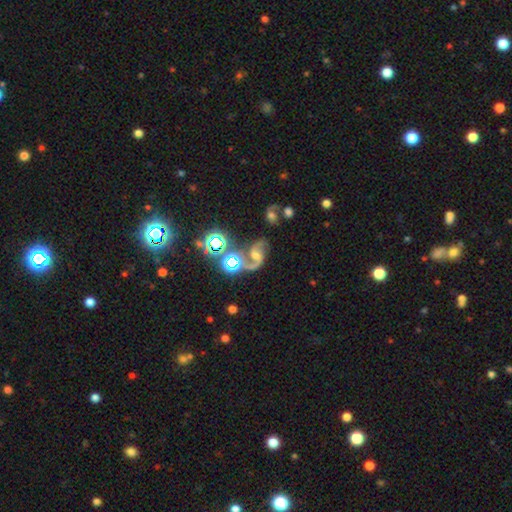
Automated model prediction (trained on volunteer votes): Q: Smooth or featured?
A: featured or disk (76%); runner-up: star or artifact (14%)
Q: Edge-on disk?
A: no (97%); runner-up: yes (3%)
Q: Bar?
A: no (44%); runner-up: weak (40%)
Q: Spiral arms?
A: yes (95%); runner-up: no (5%)
Q: Spiral winding?
A: loose (61%); runner-up: medium (32%)
Q: Spiral arm count?
A: 2 (84%); runner-up: 1 (11%)
Q: Bulge size?
A: moderate (46%); runner-up: small (33%)
Q: Merging?
A: none (45%); runner-up: merger (22%)